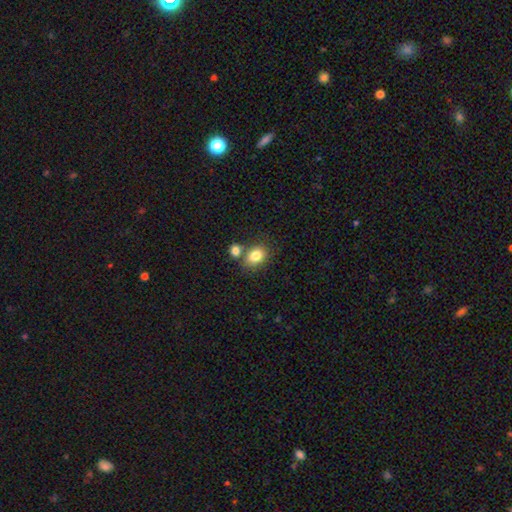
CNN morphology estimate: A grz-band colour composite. It shows a smooth galaxy with no disk features (82%) that is in between round and cigar-shaped (64%). Merging: none (58%).